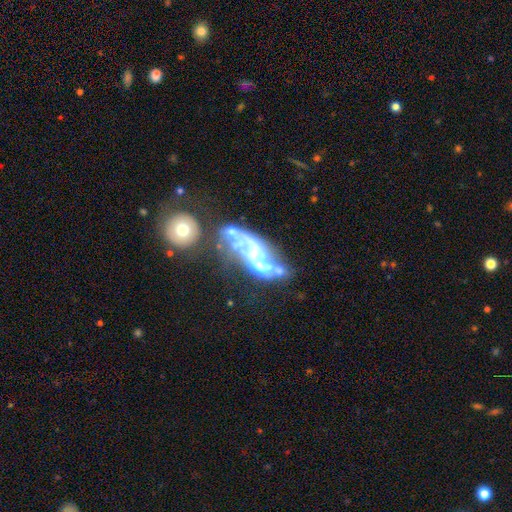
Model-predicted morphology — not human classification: This appears to be a featured or disk galaxy (68%) with no bar (70%), no spiral arms (62%) and a moderate central bulge (33%, tied with none). Merging: merger (40%).